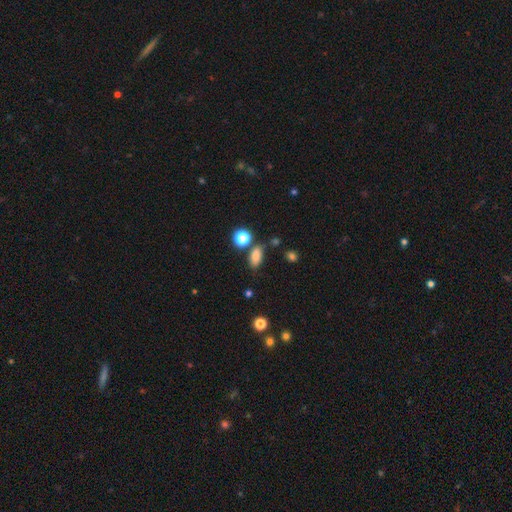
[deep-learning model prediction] A smooth galaxy with no disk features (82%) that is in between round and cigar-shaped (84%). Merging: none (71%).